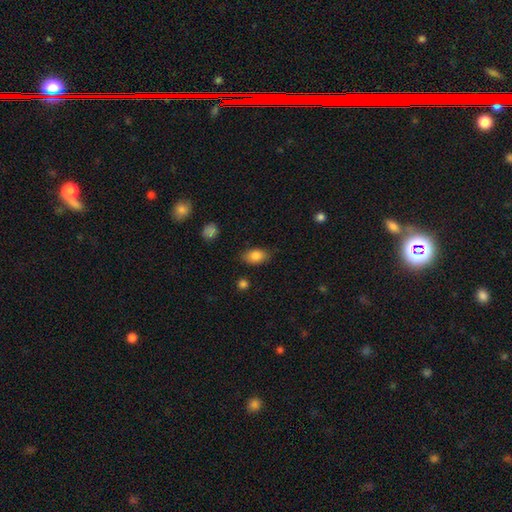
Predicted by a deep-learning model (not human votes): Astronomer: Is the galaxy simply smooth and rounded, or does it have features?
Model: smooth — 84%.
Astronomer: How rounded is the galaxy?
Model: in between — 86%.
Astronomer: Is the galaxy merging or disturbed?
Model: none — 80%.